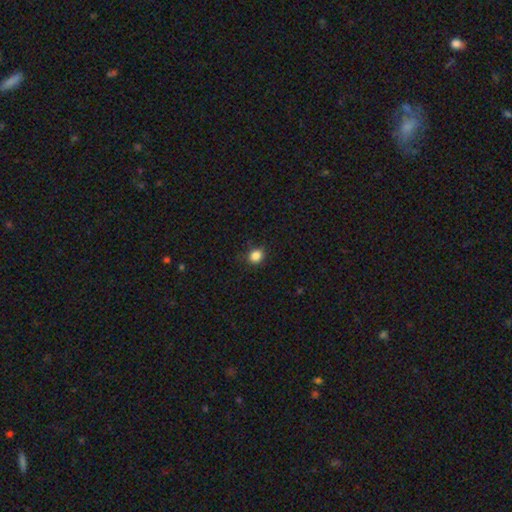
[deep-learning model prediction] Smooth or featured?
  - smooth: 85% *
  - star or artifact: 12%
  - featured or disk: 3%
How rounded?
  - round: 78% *
  - in between: 21%
  - cigar-shaped: 1%
Merging?
  - none: 85% *
  - minor disturbance: 11%
  - major disturbance: 3%
  - merger: 1%